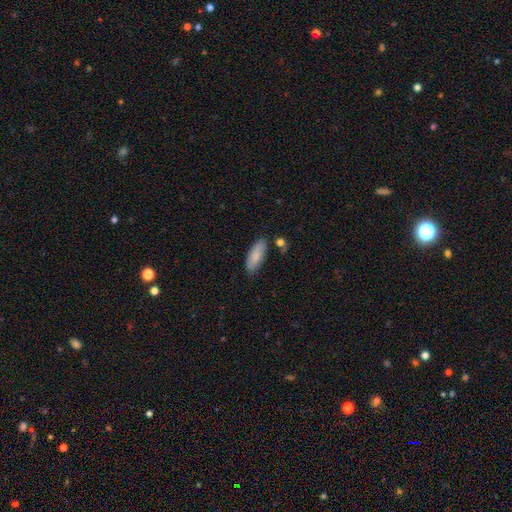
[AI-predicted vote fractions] A smooth galaxy with no disk features (81%) that is in between round and cigar-shaped (72%). Merging: none (77%).